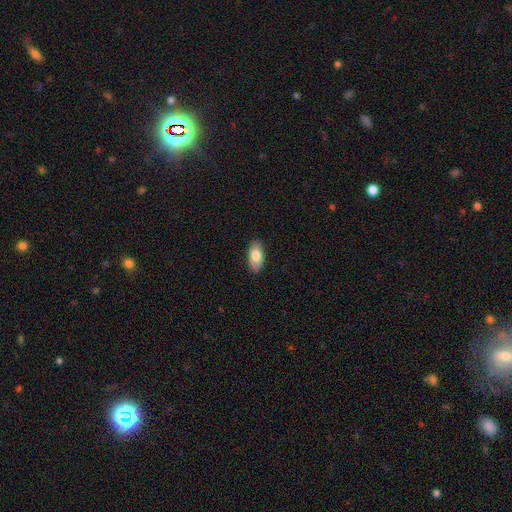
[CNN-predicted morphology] type=smooth (76%); roundness=in between (93%); merging=none (82%).